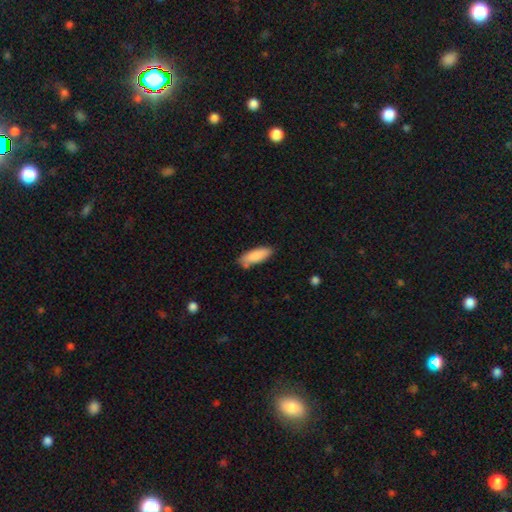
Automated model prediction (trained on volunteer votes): Overall: smooth (87%). How rounded: in between (70%). Merging: none (75%).